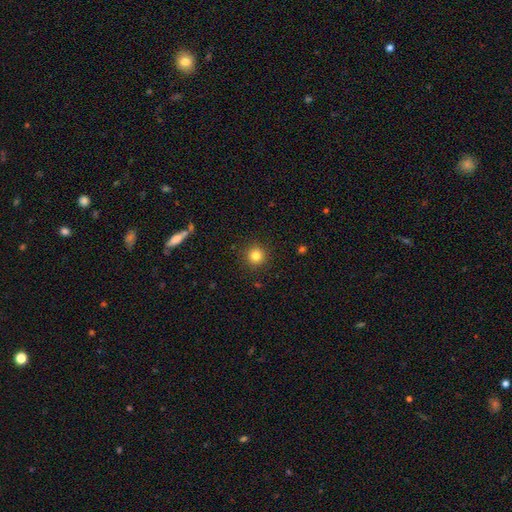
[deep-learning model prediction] The model was most divided on "smooth or featured": smooth: 82%, star or artifact: 13%, featured or disk: 6%. More confident: how rounded — round (95%); merging — none (91%).